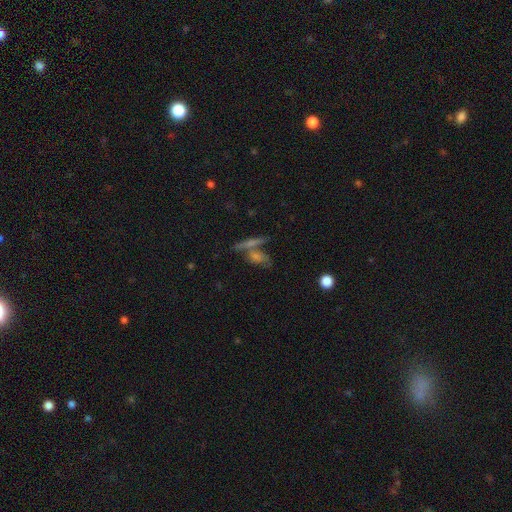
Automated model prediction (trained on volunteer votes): The model was most divided on "smooth or featured": smooth: 42%, featured or disk: 41%, star or artifact: 17%. More confident: merging — none (51%).